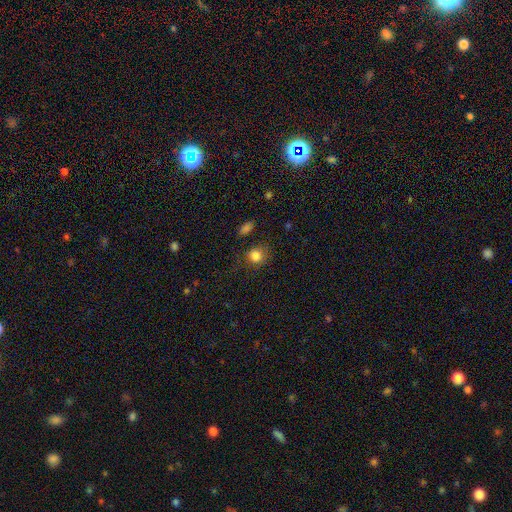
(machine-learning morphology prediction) smooth_or_featured: smooth (p=0.82) [alt: star or artifact p=0.13]
how_rounded: round (p=0.78) [alt: in between p=0.21]
merging: none (p=0.73) [alt: minor disturbance p=0.17]